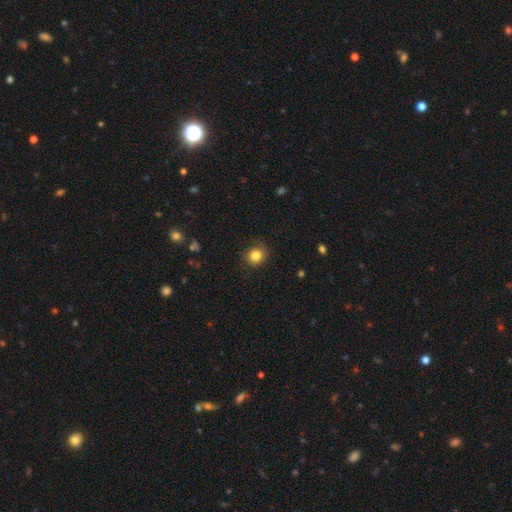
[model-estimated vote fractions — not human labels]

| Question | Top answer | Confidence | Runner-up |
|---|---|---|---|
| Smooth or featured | smooth | 83% | star or artifact (11%) |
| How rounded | round | 82% | in between (17%) |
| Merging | none | 86% | minor disturbance (10%) |